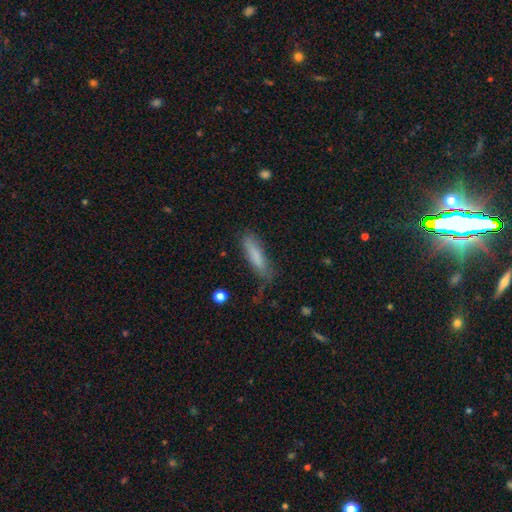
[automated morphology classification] smooth-or-featured: smooth: 79% | featured or disk: 14% | star or artifact: 7%
  how-rounded: cigar-shaped: 74% | in between: 24% | round: 2%
  merging: none: 63% | minor disturbance: 26% | major disturbance: 8% | merger: 2%